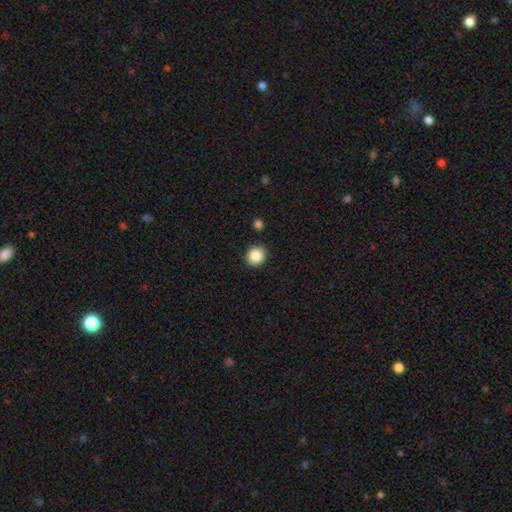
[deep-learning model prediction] Morphology: type=smooth (87%); roundness=round (85%); merging=none (89%).